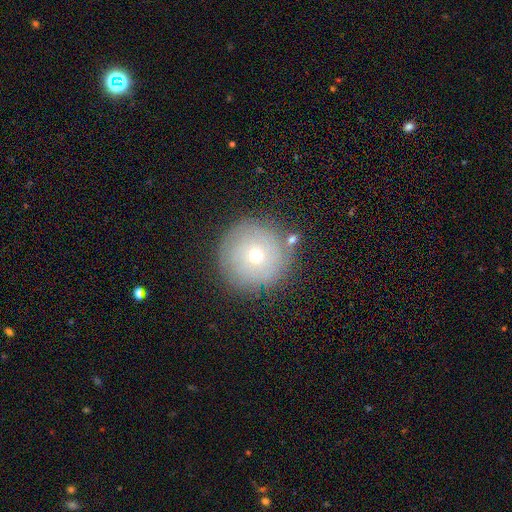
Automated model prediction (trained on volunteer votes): Smooth or featured? Predicted: smooth (p=0.52). How rounded? Predicted: round (p=0.96). Merging? Predicted: none (p=0.82).